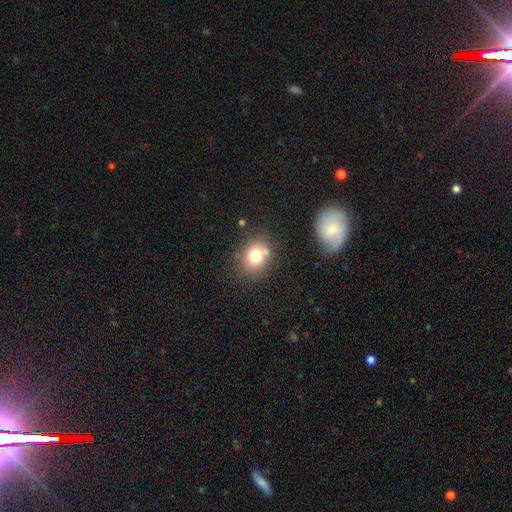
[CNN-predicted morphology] Smooth or featured: smooth — 76% (star or artifact — 12%)
How rounded: round — 68% (in between — 31%)
Merging: none — 72% (minor disturbance — 14%)